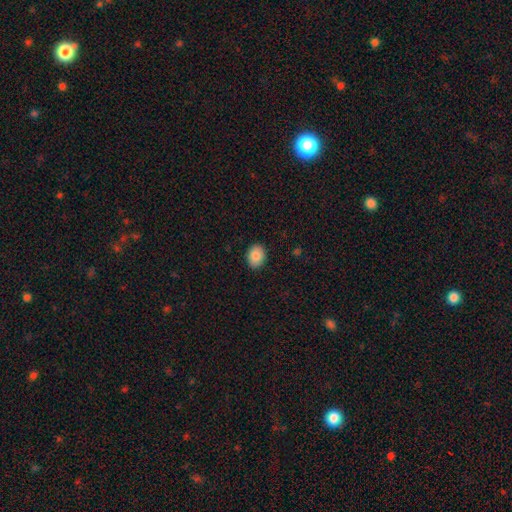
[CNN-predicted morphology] A smooth galaxy with no disk features (87%) that is in between round and cigar-shaped (58%).

Vote fractions:
- Smooth or featured? smooth: 87% / star or artifact: 8% / featured or disk: 6%
- How rounded? in between: 58% / round: 41% / cigar-shaped: 1%
- Merging? none: 89% / minor disturbance: 8% / major disturbance: 2% / merger: 1%